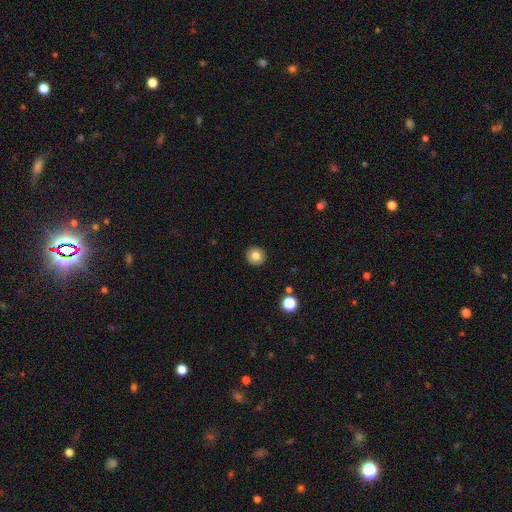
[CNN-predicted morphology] smooth_or_featured: smooth (p=0.81) [alt: star or artifact p=0.10]
how_rounded: round (p=0.93) [alt: in between p=0.06]
merging: none (p=0.92) [alt: minor disturbance p=0.05]